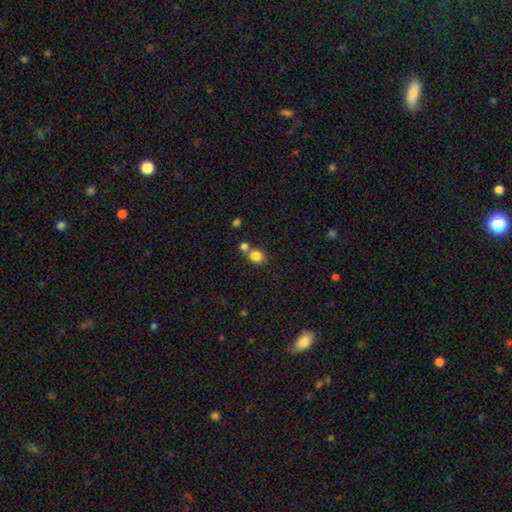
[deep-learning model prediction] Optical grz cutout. It shows a smooth galaxy with no disk features (83%) that is round (72%). Merging: none (57%).